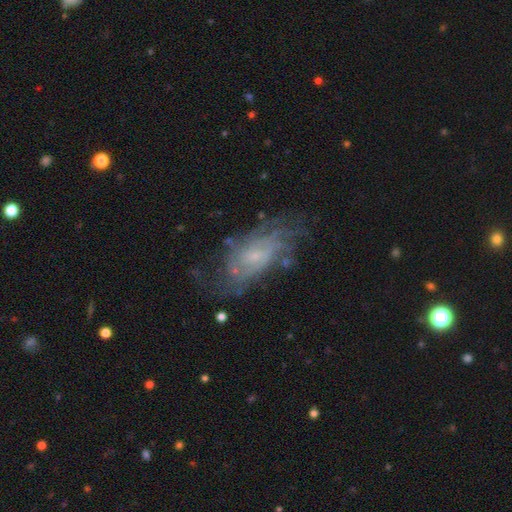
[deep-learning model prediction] This appears to be a featured or disk galaxy (72%) with no bar (63%), tight (49%) spiral arms (82%) and a small central bulge (64%). Merging: none (63%).